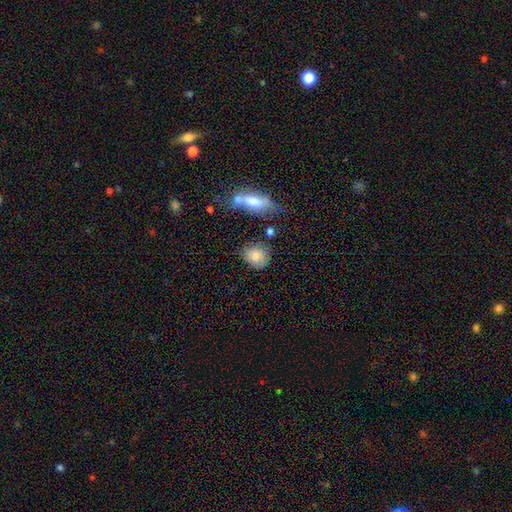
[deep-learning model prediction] smooth-or-featured: smooth: 82% | featured or disk: 10% | star or artifact: 9%
  how-rounded: round: 67% | in between: 31% | cigar-shaped: 2%
  merging: none: 68% | minor disturbance: 19% | merger: 8% | major disturbance: 5%